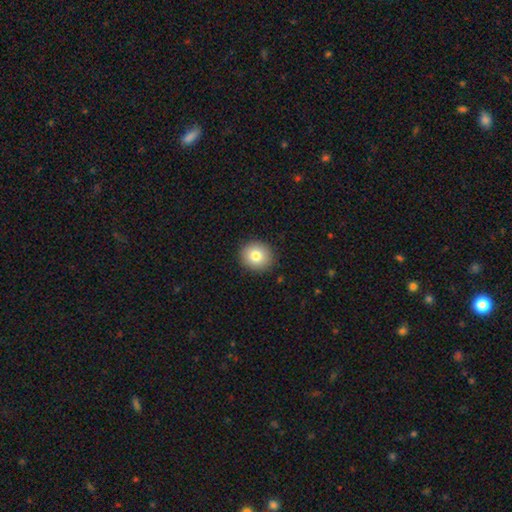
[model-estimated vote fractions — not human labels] Smooth or featured: smooth — 81% (featured or disk — 10%)
How rounded: round — 84% (in between — 15%)
Merging: none — 90% (minor disturbance — 7%)